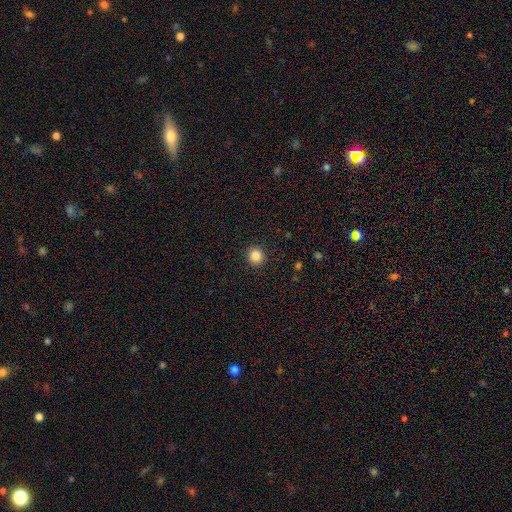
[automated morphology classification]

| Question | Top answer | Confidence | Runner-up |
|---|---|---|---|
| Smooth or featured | smooth | 85% | star or artifact (11%) |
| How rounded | round | 92% | in between (7%) |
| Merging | none | 92% | minor disturbance (5%) |